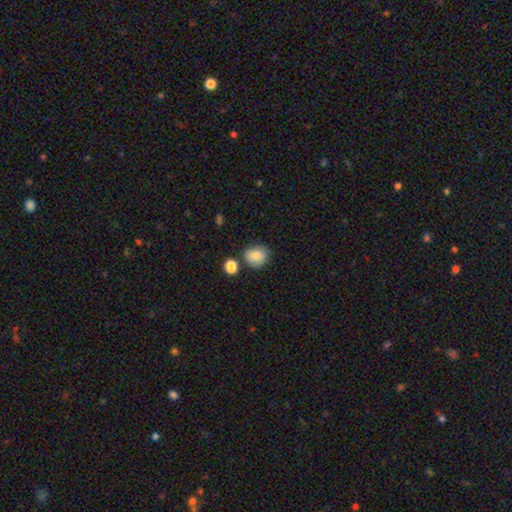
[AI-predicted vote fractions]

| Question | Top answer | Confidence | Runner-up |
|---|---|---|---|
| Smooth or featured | smooth | 84% | star or artifact (9%) |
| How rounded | round | 77% | in between (22%) |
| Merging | none | 72% | minor disturbance (16%) |